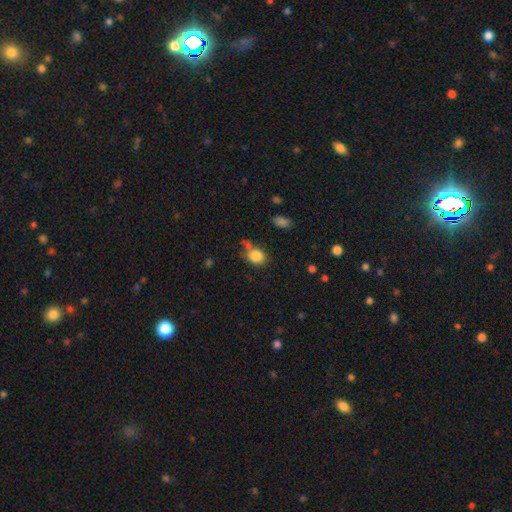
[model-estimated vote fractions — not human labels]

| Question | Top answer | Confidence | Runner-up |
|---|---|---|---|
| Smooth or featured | smooth | 84% | star or artifact (10%) |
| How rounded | round | 61% | in between (38%) |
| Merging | none | 59% | minor disturbance (18%) |